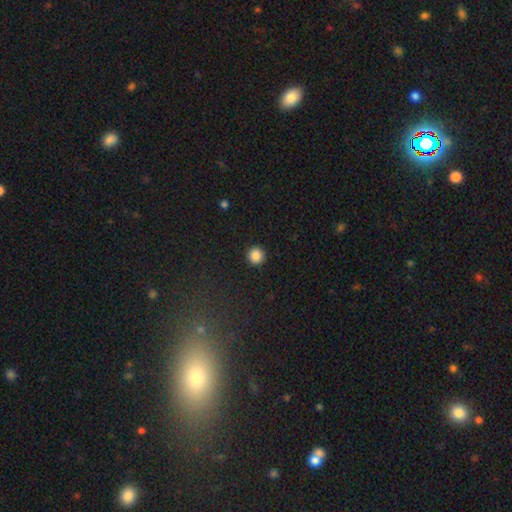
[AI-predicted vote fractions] Smooth or featured? Predicted: smooth (p=0.86). How rounded? Predicted: round (p=0.96). Merging? Predicted: none (p=0.93).